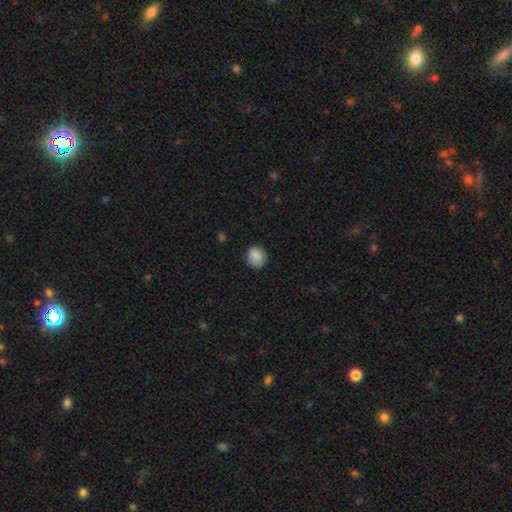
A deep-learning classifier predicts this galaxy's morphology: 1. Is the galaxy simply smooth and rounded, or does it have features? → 87% smooth, 8% star or artifact, 5% featured or disk.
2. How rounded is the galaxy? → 85% round, 14% in between, 1% cigar-shaped.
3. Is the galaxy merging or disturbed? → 81% none, 15% minor disturbance, 3% major disturbance, 1% merger.